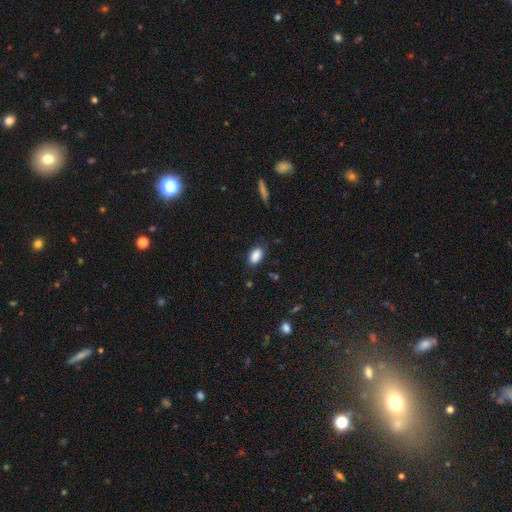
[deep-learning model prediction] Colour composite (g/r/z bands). It shows a smooth galaxy with no disk features (88%) that is in between round and cigar-shaped (90%). Merging: none (78%).